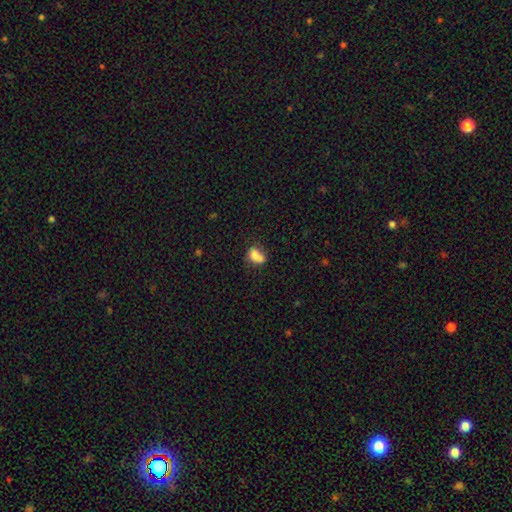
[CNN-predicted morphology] Smooth or featured?
  - smooth: 76% *
  - featured or disk: 14%
  - star or artifact: 10%
How rounded?
  - in between: 71% *
  - round: 27%
  - cigar-shaped: 2%
Merging?
  - none: 34% *
  - merger: 31%
  - minor disturbance: 23%
  - major disturbance: 13%